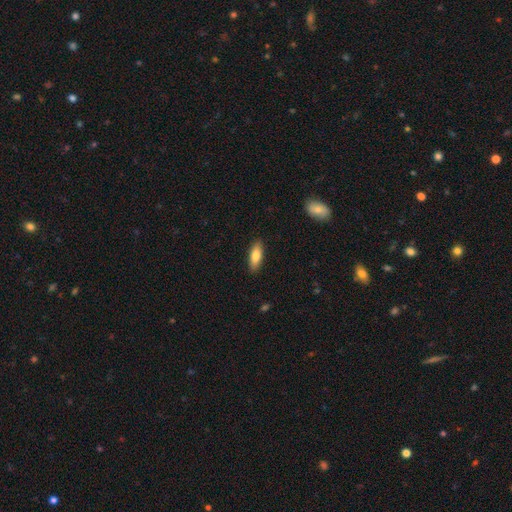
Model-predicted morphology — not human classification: This is clearly a smooth galaxy (81%). How rounded: likely in between (68%). Merging: clearly none (88%).